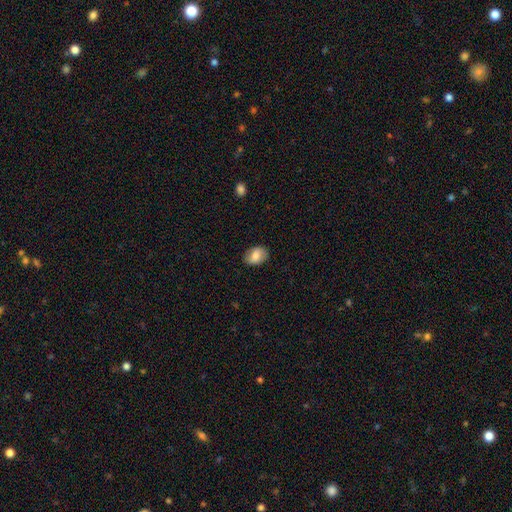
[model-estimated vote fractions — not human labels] This is likely a smooth galaxy (74%). How rounded: likely in between (75%). Merging: clearly none (84%).